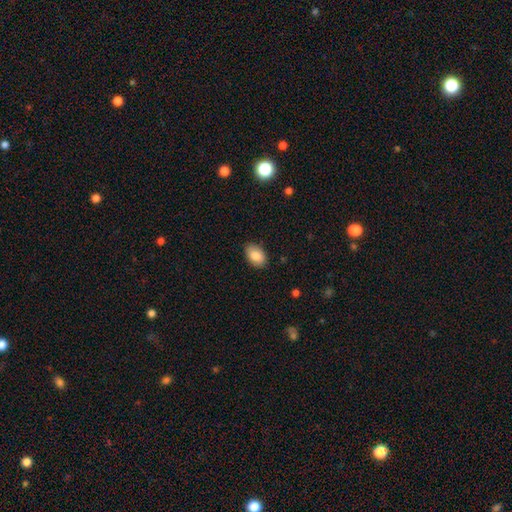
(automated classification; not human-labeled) The model was most divided on "smooth or featured": smooth: 84%, featured or disk: 9%, star or artifact: 7%. More confident: how rounded — in between (87%); merging — none (86%).